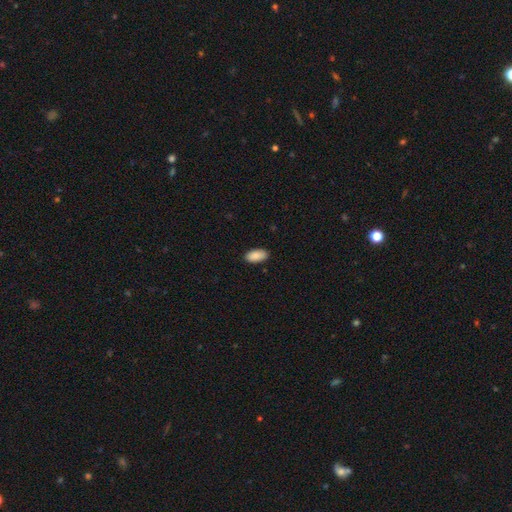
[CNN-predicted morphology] This is clearly a smooth galaxy (89%). How rounded: clearly in between (94%). Merging: clearly none (88%).